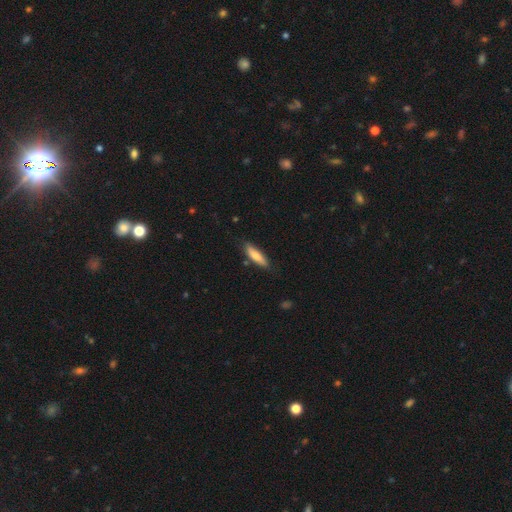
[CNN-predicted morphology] Smooth or featured? Predicted: smooth (p=0.76). How rounded? Predicted: cigar-shaped (p=0.64). Merging? Predicted: none (p=0.80).